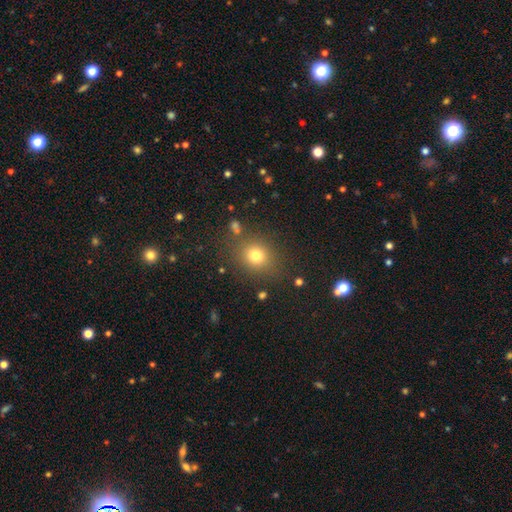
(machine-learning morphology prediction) This appears to be a smooth galaxy with no disk features (76%) that is round (78%). Merging: none (82%).